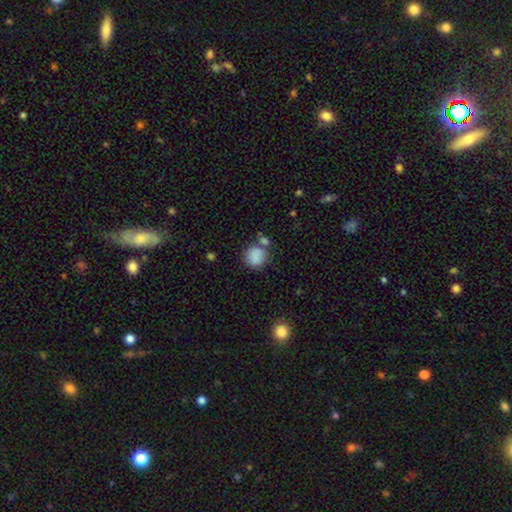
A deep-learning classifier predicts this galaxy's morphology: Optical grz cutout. It shows a smooth galaxy with no disk features (85%) that is round (84%). Merging: none (64%).